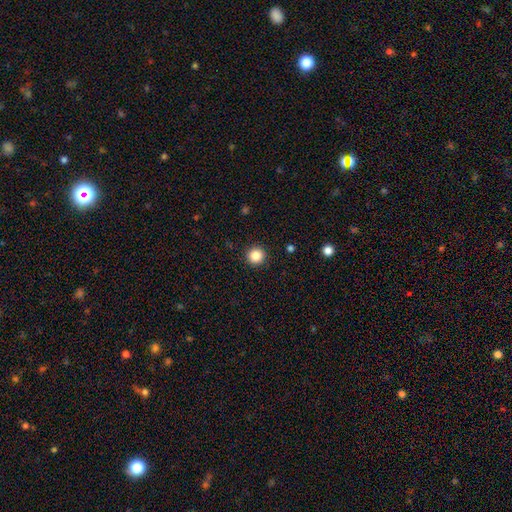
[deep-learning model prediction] Smooth or featured: smooth — 86% (star or artifact — 11%)
How rounded: round — 96% (in between — 4%)
Merging: none — 93% (minor disturbance — 5%)